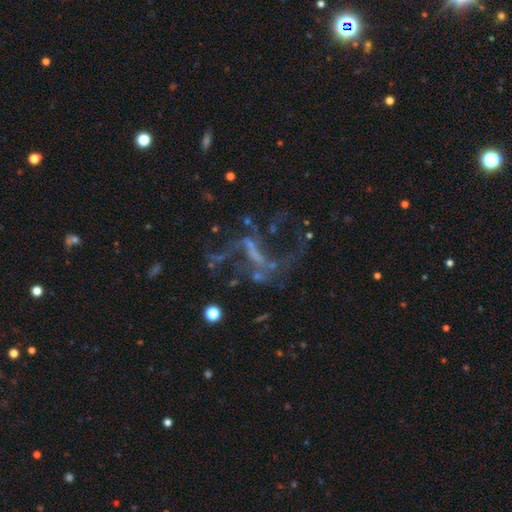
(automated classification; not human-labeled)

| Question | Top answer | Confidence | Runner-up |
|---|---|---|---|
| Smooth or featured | featured or disk | 68% | star or artifact (23%) |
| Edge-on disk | no | 94% | yes (6%) |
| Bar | no | 36% | strong (33%) |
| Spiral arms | yes | 56% | no (44%) |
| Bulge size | none | 66% | small (22%) |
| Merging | none | 39% | major disturbance (38%) |